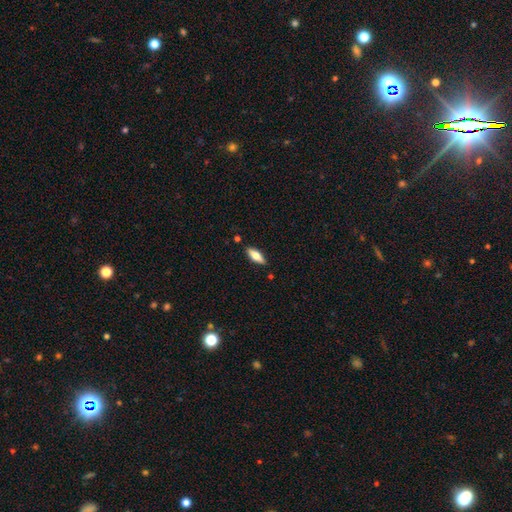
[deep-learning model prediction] Overall: smooth (59%; featured or disk 35%). How rounded: in between (62%; cigar-shaped 36%). Merging: none (86%).